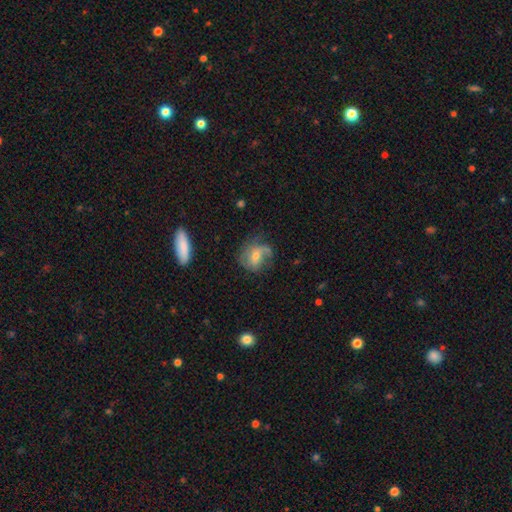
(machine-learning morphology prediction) featured or disk 53%, smooth 38%, star or artifact 9%. Down the decision tree: edge-on disk — no (96%); bar — no (53%); spiral arms — yes (76%); bulge size — small (47%); merging — none (48%).